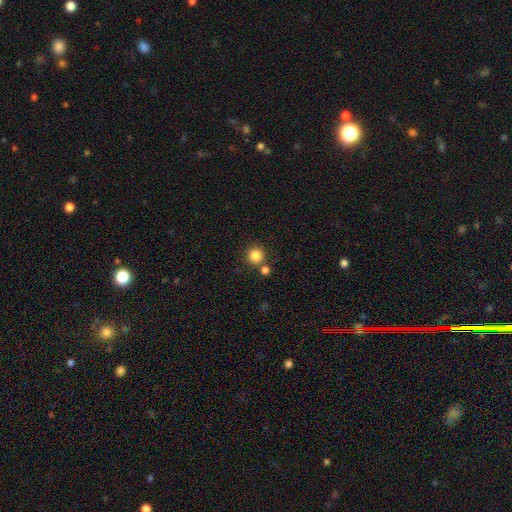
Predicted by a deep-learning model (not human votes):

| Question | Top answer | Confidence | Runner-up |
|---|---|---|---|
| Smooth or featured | smooth | 84% | star or artifact (12%) |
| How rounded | round | 95% | in between (5%) |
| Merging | none | 79% | merger (12%) |